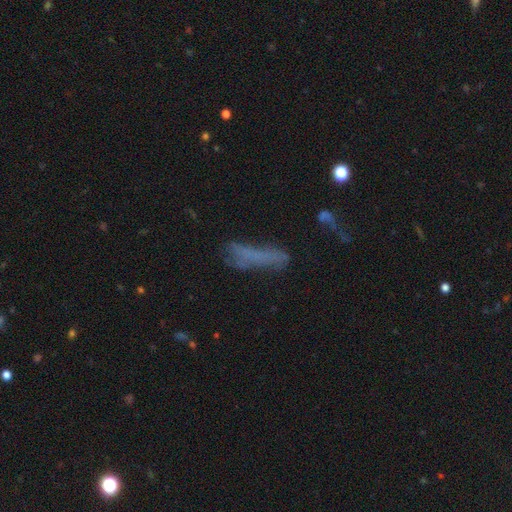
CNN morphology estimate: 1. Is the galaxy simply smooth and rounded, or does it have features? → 55% smooth, 27% featured or disk, 18% star or artifact.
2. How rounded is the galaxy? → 77% cigar-shaped, 21% in between, 3% round.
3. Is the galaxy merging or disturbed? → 54% none, 23% minor disturbance, 18% major disturbance, 5% merger.